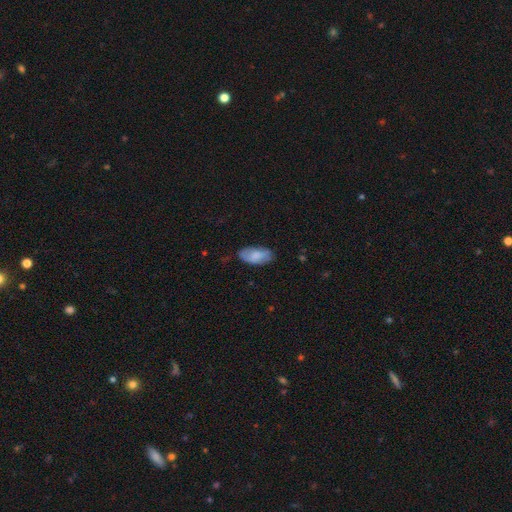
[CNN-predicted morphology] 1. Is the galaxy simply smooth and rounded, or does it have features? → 77% smooth, 17% featured or disk, 6% star or artifact.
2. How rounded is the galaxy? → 93% in between, 5% cigar-shaped, 2% round.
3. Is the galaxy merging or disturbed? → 74% none, 21% minor disturbance, 4% major disturbance, 1% merger.